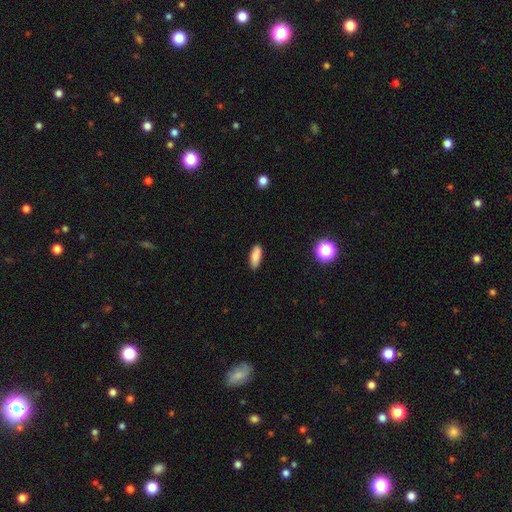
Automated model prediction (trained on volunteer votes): smooth 85%, star or artifact 8%, featured or disk 7%. Down the decision tree: how rounded — in between (72%); merging — none (88%).